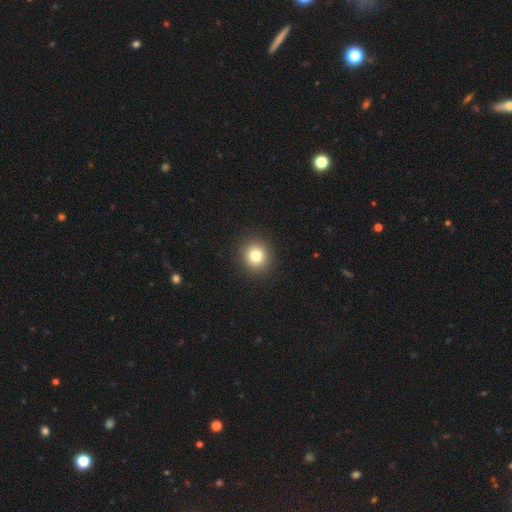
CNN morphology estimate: Q: Smooth or featured?
A: smooth (81%); runner-up: star or artifact (12%)
Q: How rounded?
A: round (88%); runner-up: in between (12%)
Q: Merging?
A: none (92%); runner-up: minor disturbance (5%)